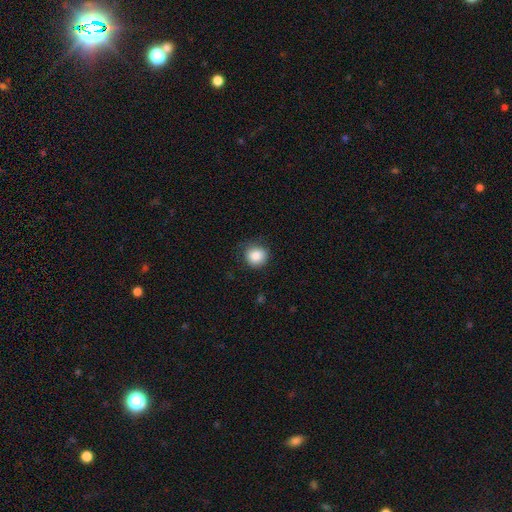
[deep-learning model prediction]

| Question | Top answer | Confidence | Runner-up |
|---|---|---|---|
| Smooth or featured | smooth | 86% | star or artifact (9%) |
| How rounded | round | 89% | in between (10%) |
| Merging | none | 77% | minor disturbance (17%) |